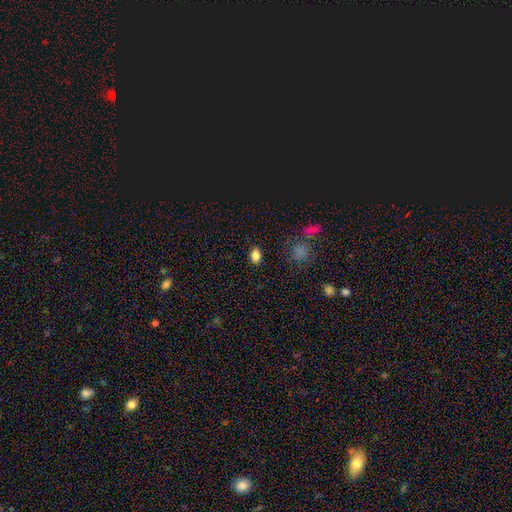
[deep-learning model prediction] smooth_or_featured: smooth (p=0.82) [alt: star or artifact p=0.12]
how_rounded: in between (p=0.82) [alt: round p=0.16]
merging: none (p=0.87) [alt: minor disturbance p=0.09]